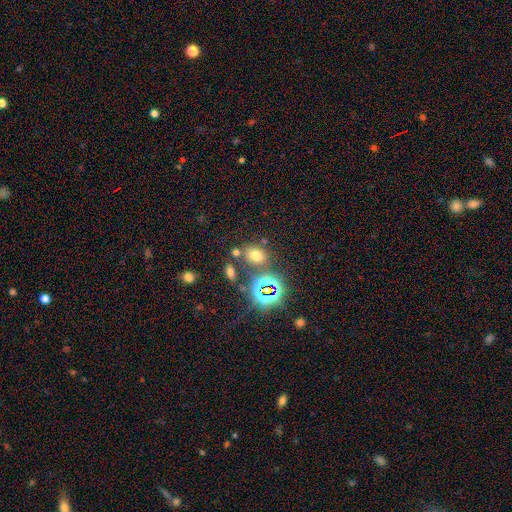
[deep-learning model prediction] smooth_or_featured: smooth (p=0.59) [alt: star or artifact p=0.31]
how_rounded: in between (p=0.52) [alt: round p=0.47]
merging: none (p=0.69) [alt: merger p=0.14]